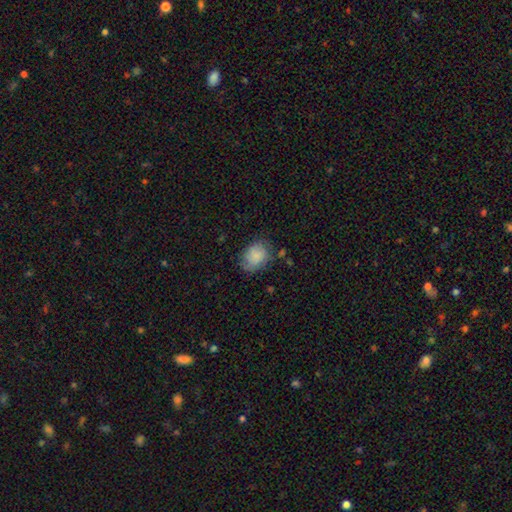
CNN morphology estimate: A smooth galaxy with no disk features (77%) that is in between round and cigar-shaped (59%).

Vote fractions:
- Smooth or featured? smooth: 77% / featured or disk: 15% / star or artifact: 8%
- How rounded? in between: 59% / round: 40% / cigar-shaped: 1%
- Merging? none: 62% / minor disturbance: 26% / major disturbance: 9% / merger: 3%